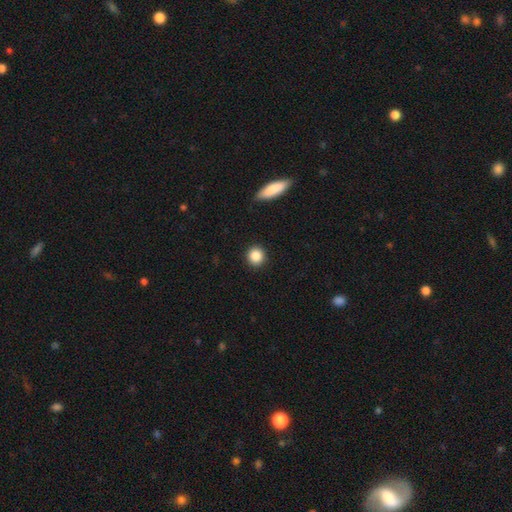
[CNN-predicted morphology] Smooth or featured?
  - smooth: 86% *
  - star or artifact: 9%
  - featured or disk: 4%
How rounded?
  - round: 92% *
  - in between: 7%
  - cigar-shaped: 1%
Merging?
  - none: 91% *
  - minor disturbance: 6%
  - major disturbance: 2%
  - merger: 1%